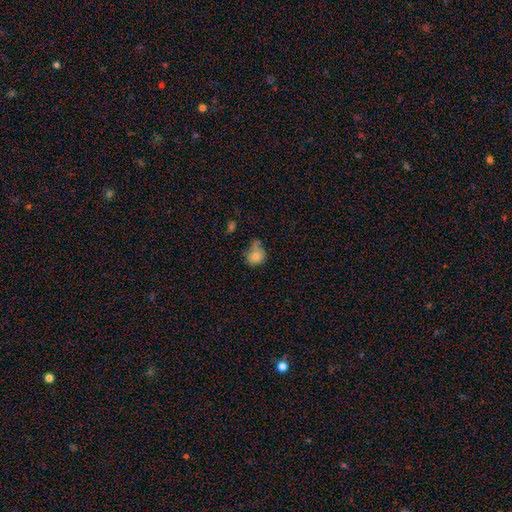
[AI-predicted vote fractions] This is likely a smooth galaxy (79%). How rounded: likely round (69%). Merging: marginally none (43%).